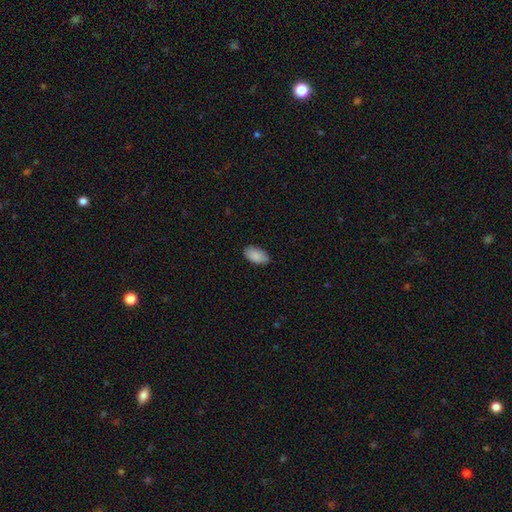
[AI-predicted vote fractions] Smooth or featured? Predicted: smooth (p=0.89). How rounded? Predicted: in between (p=0.95). Merging? Predicted: none (p=0.83).